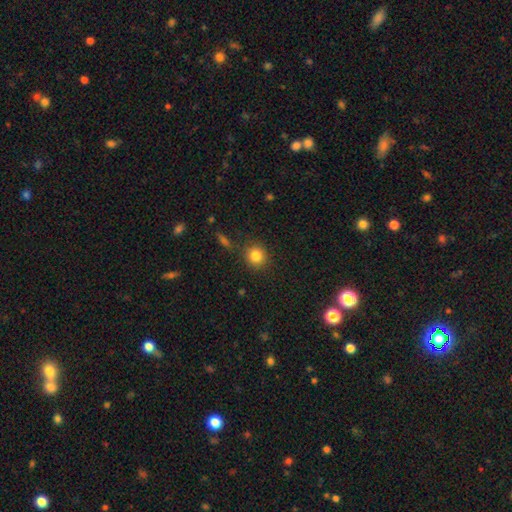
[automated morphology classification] smooth_or_featured: smooth (p=0.84) [alt: star or artifact p=0.11]
how_rounded: round (p=0.88) [alt: in between p=0.11]
merging: none (p=0.86) [alt: minor disturbance p=0.08]